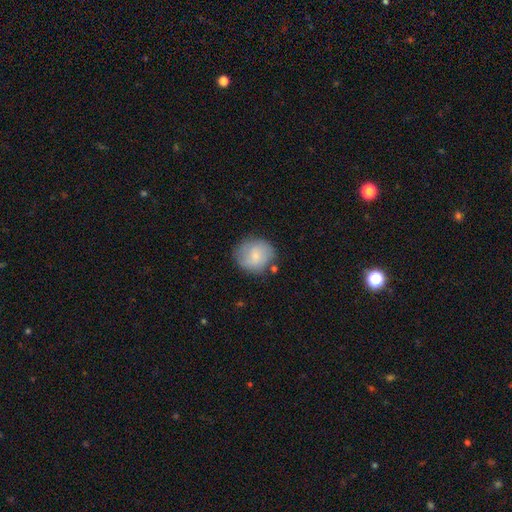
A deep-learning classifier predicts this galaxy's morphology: Smooth or featured? smooth (67%)
How rounded? round (82%)
Merging? none (71%)